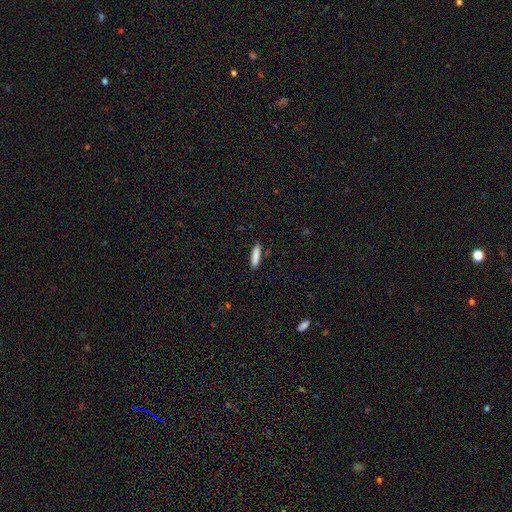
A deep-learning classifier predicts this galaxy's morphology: This appears to be a smooth galaxy with no disk features (86%) that is cigar-shaped (78%). Merging: none (86%).